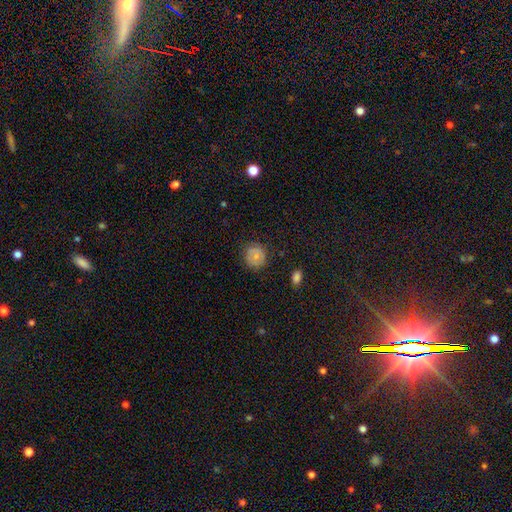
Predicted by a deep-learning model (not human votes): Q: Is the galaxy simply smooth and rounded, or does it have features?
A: smooth — 72%.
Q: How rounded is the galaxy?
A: round — 85%.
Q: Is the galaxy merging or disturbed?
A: none — 78%.